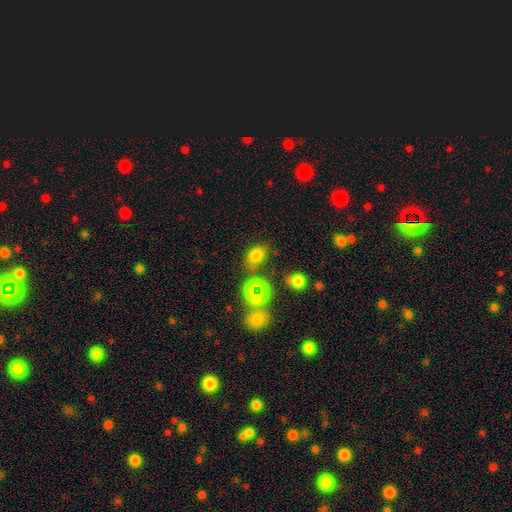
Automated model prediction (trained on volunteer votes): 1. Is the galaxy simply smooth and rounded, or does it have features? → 72% smooth, 20% star or artifact, 8% featured or disk.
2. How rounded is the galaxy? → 71% in between, 28% round, 2% cigar-shaped.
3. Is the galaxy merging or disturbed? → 68% none, 15% minor disturbance, 10% merger, 6% major disturbance.